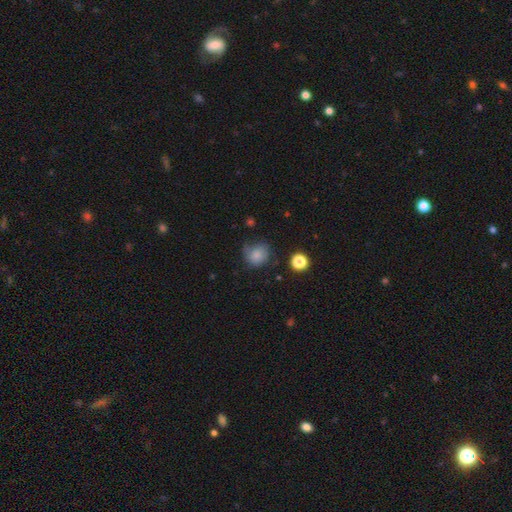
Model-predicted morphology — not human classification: Smooth or featured?
  - smooth: 80% *
  - star or artifact: 11%
  - featured or disk: 9%
How rounded?
  - round: 74% *
  - in between: 25%
  - cigar-shaped: 1%
Merging?
  - none: 58% *
  - minor disturbance: 29%
  - major disturbance: 11%
  - merger: 3%